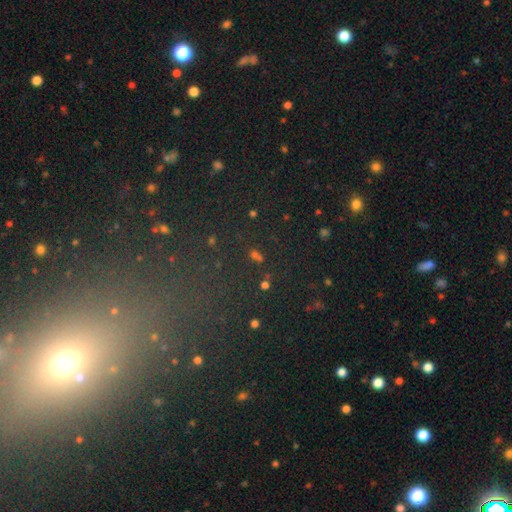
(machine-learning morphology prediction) smooth_or_featured: star or artifact (p=0.48) [alt: smooth p=0.42]